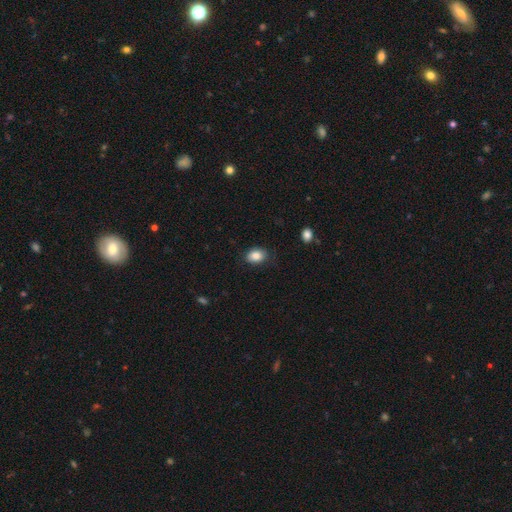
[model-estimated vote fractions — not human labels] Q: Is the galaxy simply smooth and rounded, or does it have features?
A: smooth — 86%.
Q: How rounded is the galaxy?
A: in between — 69%.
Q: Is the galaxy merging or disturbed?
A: none — 80%.